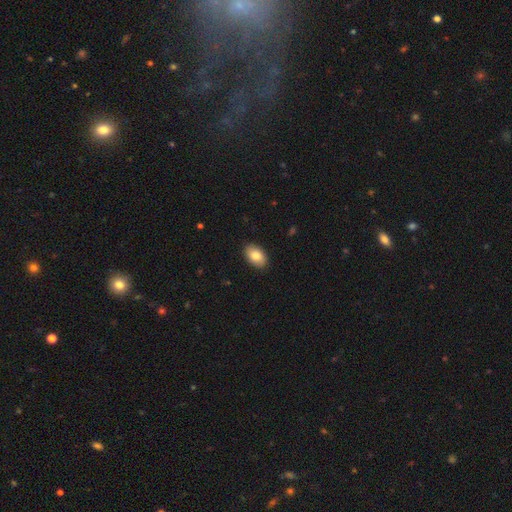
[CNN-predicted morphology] Smooth or featured? Predicted: smooth (p=0.83). How rounded? Predicted: in between (p=0.91). Merging? Predicted: none (p=0.90).